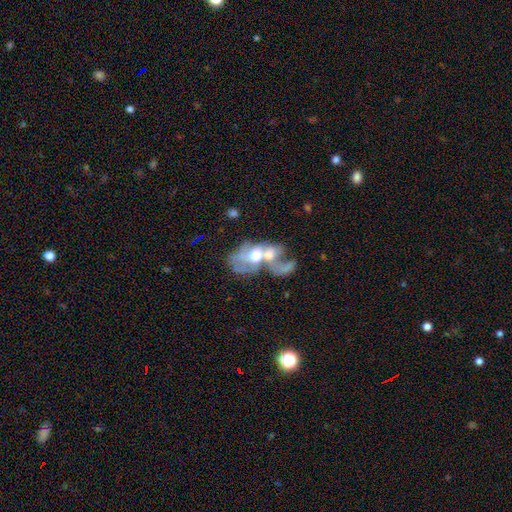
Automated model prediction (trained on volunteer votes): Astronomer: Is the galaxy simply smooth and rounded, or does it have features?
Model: featured or disk — 61%.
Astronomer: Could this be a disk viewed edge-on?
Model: no — 96%.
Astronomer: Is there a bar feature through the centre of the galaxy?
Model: no — 79%.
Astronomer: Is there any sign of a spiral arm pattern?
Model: no — 65%.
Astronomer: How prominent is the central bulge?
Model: moderate — 53% (runner-up: large, 31%).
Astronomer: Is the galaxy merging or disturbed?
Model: merger — 66%.